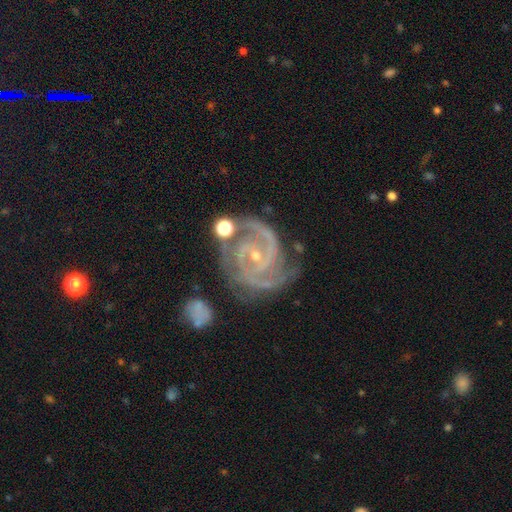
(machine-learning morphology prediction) featured or disk 93%, star or artifact 5%, smooth 2%. Down the decision tree: edge-on disk — no (98%); bar — no (53%); spiral arms — yes (99%); spiral arm count — 2 (55%); spiral winding — tight (59%); bulge size — small (81%); merging — none (62%).